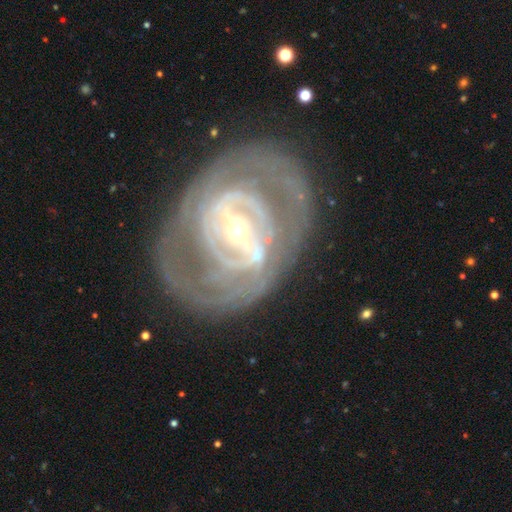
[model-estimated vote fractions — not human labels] Morphology: type=featured or disk (86%); edge-on=no (95%); bar=strong (51%); spiral arms=yes (79%); winding=tight (64%); arm count=2 (39%); bulge=small (71%); merging=none (72%).